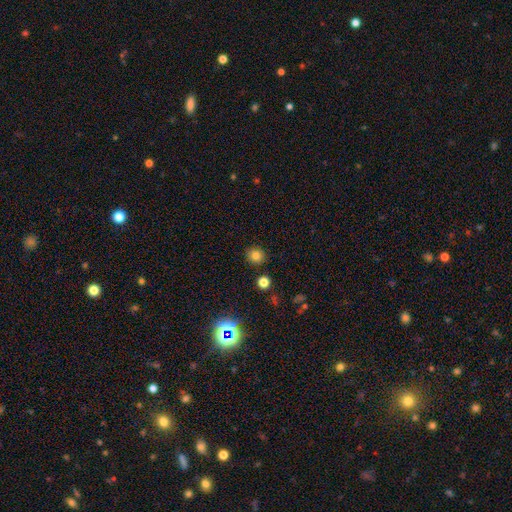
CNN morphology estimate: Q: Smooth or featured?
A: smooth (80%); runner-up: star or artifact (14%)
Q: How rounded?
A: round (88%); runner-up: in between (11%)
Q: Merging?
A: none (89%); runner-up: minor disturbance (7%)